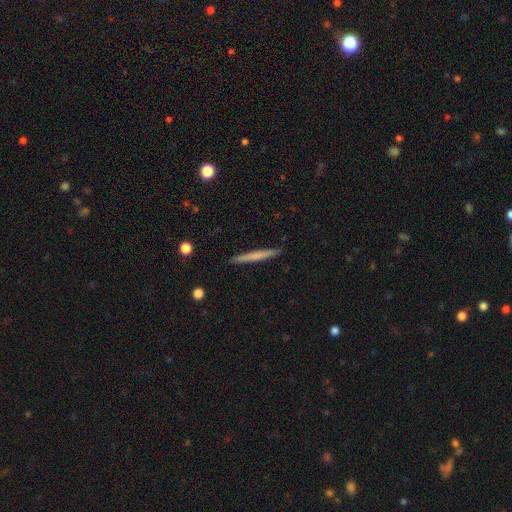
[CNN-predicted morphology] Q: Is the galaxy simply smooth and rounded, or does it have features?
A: smooth — 61%.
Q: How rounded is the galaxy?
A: cigar-shaped — 97%.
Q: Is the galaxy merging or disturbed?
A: none — 92%.